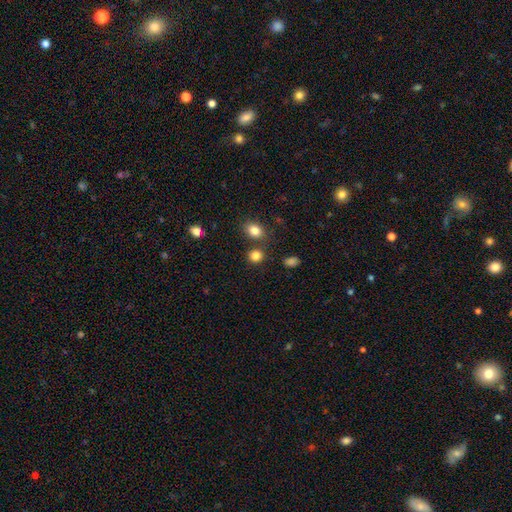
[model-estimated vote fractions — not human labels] A smooth galaxy with no disk features (84%) that is round (75%). Merging: none (75%).